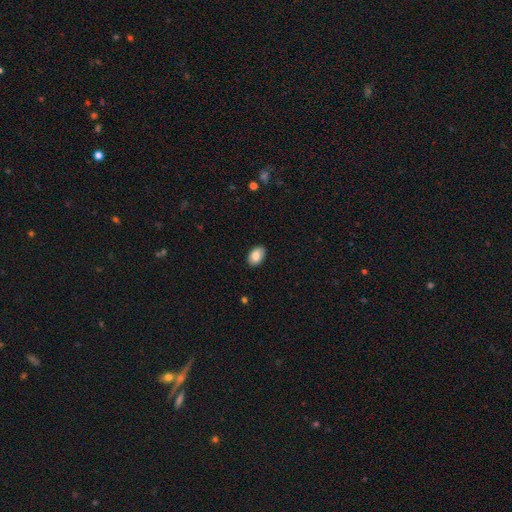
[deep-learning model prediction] A smooth galaxy with no disk features (83%) that is in between round and cigar-shaped (89%). Merging: none (88%).